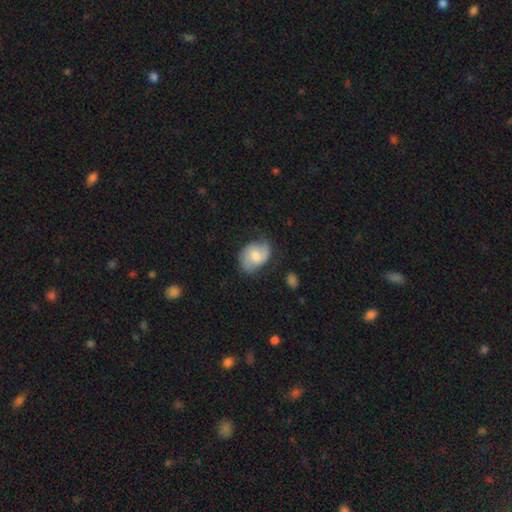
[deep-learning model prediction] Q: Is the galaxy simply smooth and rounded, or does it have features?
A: featured or disk — 49%.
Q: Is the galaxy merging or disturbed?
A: none — 61%.